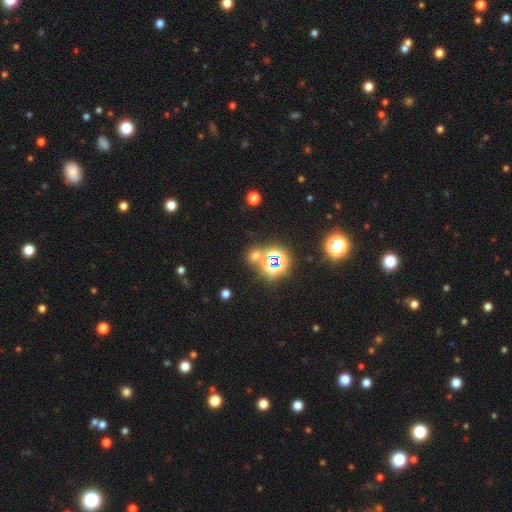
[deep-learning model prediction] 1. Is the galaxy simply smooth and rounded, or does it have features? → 54% star or artifact, 38% smooth, 7% featured or disk.